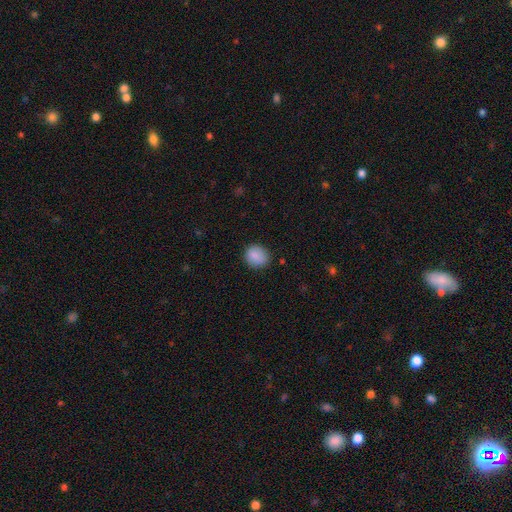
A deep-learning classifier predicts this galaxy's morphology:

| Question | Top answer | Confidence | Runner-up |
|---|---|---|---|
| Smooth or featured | smooth | 88% | star or artifact (8%) |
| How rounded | round | 75% | in between (24%) |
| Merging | none | 84% | minor disturbance (12%) |